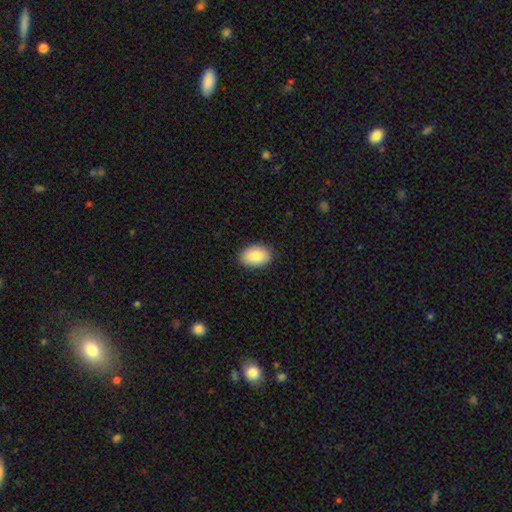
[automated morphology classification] This appears to be a smooth galaxy with no disk features (86%) that is in between round and cigar-shaped (88%). Merging: none (89%).